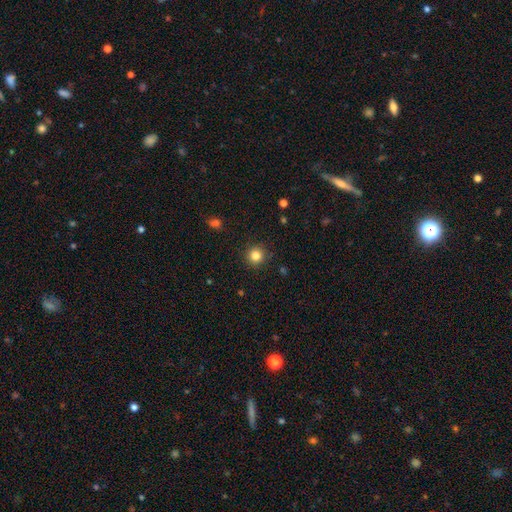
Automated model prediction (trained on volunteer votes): smooth 83%, star or artifact 12%, featured or disk 5%. Down the decision tree: how rounded — round (94%); merging — none (90%).